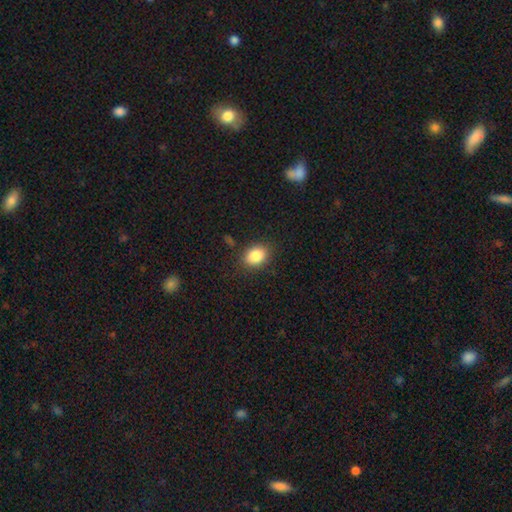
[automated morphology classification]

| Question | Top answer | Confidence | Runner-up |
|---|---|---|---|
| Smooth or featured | smooth | 86% | star or artifact (9%) |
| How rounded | in between | 60% | round (39%) |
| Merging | none | 84% | minor disturbance (11%) |